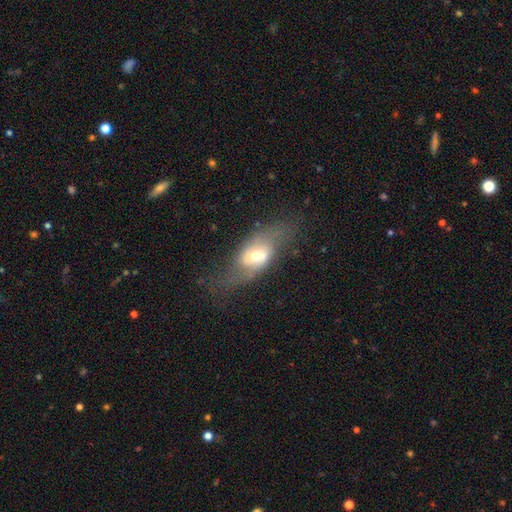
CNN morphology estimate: featured or disk 62%, smooth 30%, star or artifact 8%. Down the decision tree: edge-on disk — no (85%); bar — no (46%); spiral arms — yes (68%); bulge size — moderate (62%); merging — none (63%).